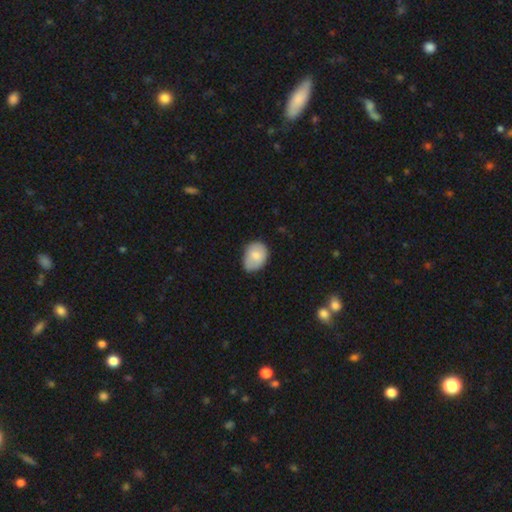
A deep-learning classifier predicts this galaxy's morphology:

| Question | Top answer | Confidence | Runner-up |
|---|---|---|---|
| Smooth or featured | smooth | 77% | featured or disk (16%) |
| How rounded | in between | 70% | round (29%) |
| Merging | none | 61% | minor disturbance (32%) |